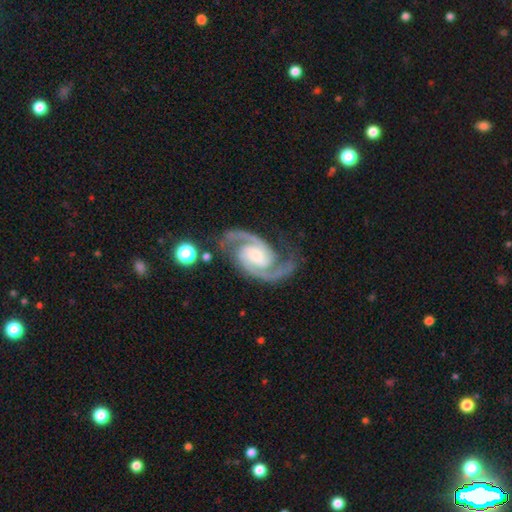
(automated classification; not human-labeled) Smooth or featured? featured or disk (94%)
Edge-on disk? no (98%)
Bar? no (41%)
Spiral arms? yes (99%)
Spiral winding? medium (61%)
Spiral arm count? 2 (94%)
Bulge size? moderate (41%)
Merging? none (78%)